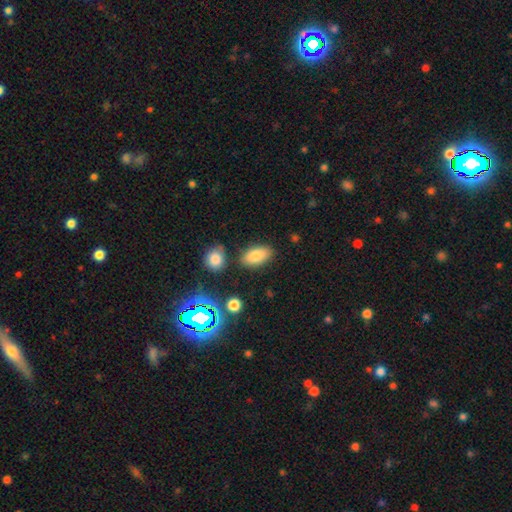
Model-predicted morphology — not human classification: Smooth or featured? smooth (81%)
How rounded? in between (90%)
Merging? none (80%)